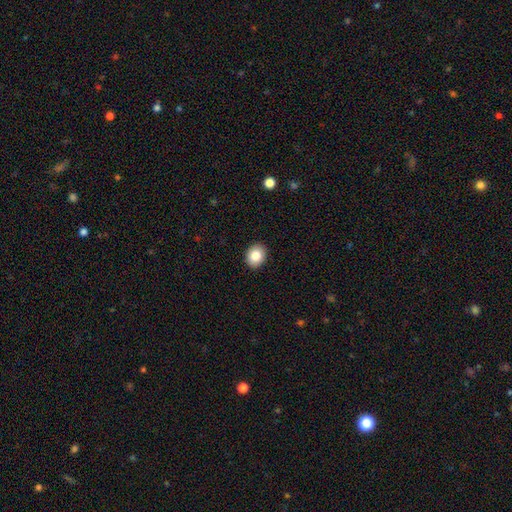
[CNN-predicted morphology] This is clearly a smooth galaxy (85%). How rounded: possibly in between (50%). Merging: clearly none (91%).